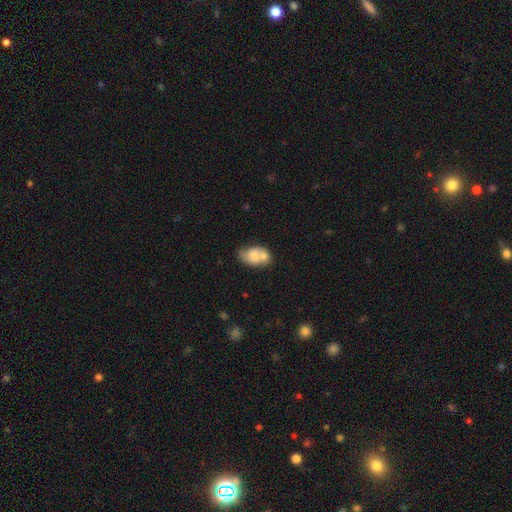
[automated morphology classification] A smooth galaxy with no disk features (63%) that is in between round and cigar-shaped (83%).

Vote fractions:
- Smooth or featured? smooth: 63% / featured or disk: 29% / star or artifact: 8%
- How rounded? in between: 83% / round: 15% / cigar-shaped: 2%
- Merging? merger: 50% / none: 28% / minor disturbance: 16% / major disturbance: 6%